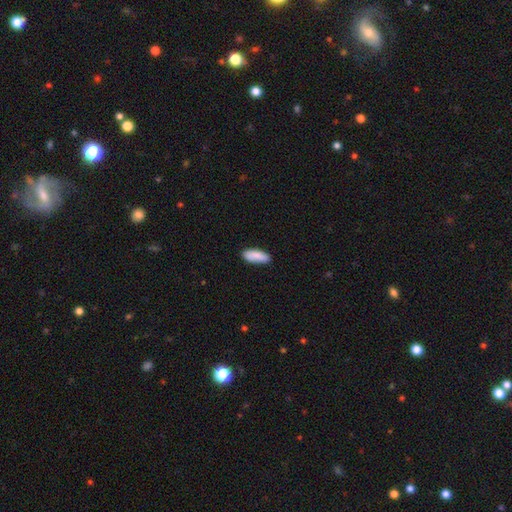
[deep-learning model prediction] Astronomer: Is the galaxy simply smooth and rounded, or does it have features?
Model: smooth — 87%.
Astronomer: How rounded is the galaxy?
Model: in between — 65%.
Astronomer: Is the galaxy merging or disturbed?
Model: none — 81%.